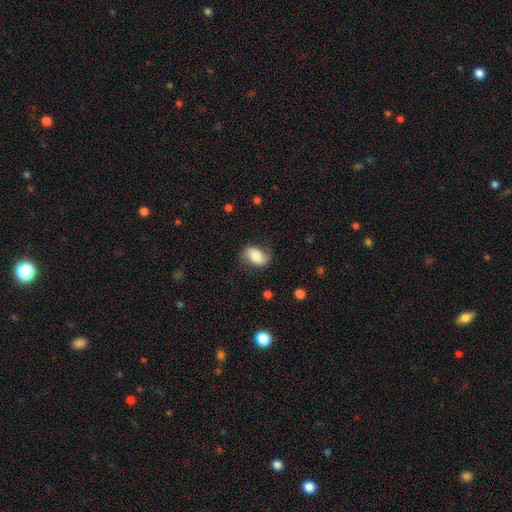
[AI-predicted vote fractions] Smooth or featured? Predicted: smooth (p=0.52). How rounded? Predicted: in between (p=0.81). Merging? Predicted: none (p=0.69).